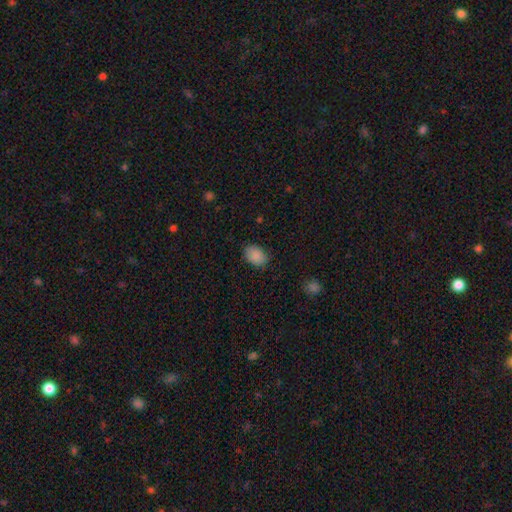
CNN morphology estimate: This is clearly a smooth galaxy (89%). How rounded: clearly in between (81%). Merging: clearly none (83%).